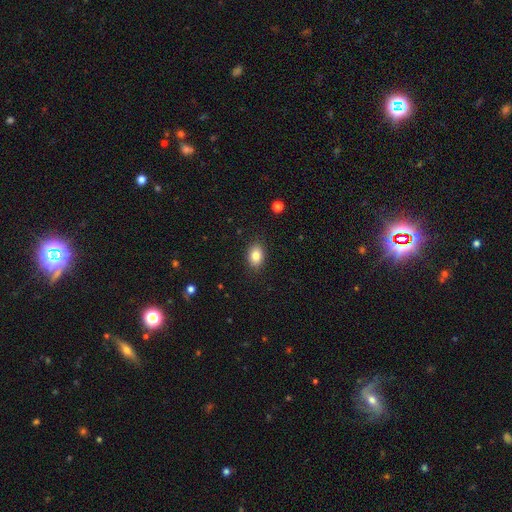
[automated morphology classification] Smooth or featured: smooth — 85% (star or artifact — 9%)
How rounded: in between — 82% (round — 17%)
Merging: none — 87% (minor disturbance — 9%)